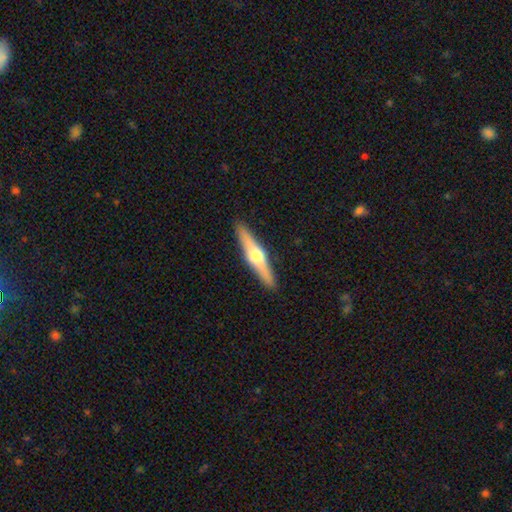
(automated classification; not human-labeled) Smooth or featured: featured or disk — 62% (smooth — 33%)
Edge-on disk: yes — 95% (no — 5%)
Edge-on bulge: rounded — 95% (none — 3%)
Merging: none — 91% (minor disturbance — 6%)